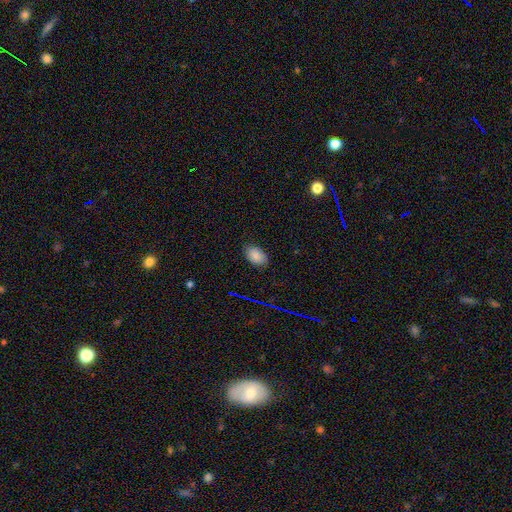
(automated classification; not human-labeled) smooth_or_featured: smooth (p=0.84) [alt: star or artifact p=0.10]
how_rounded: in between (p=0.88) [alt: round p=0.11]
merging: none (p=0.81) [alt: minor disturbance p=0.15]